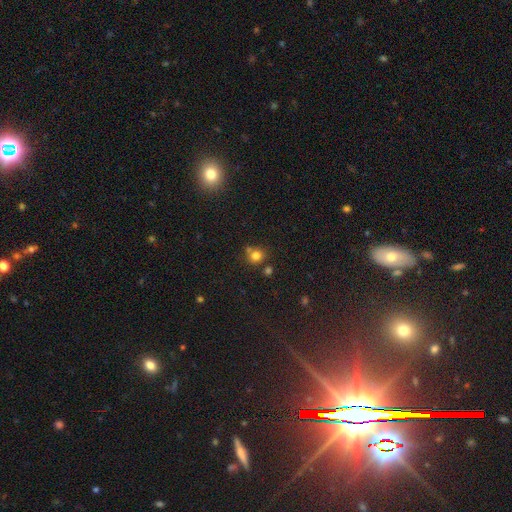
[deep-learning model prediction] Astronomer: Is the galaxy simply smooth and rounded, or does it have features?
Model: smooth — 78%.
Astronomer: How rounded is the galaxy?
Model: round — 87%.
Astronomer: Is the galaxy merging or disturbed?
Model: none — 64%.